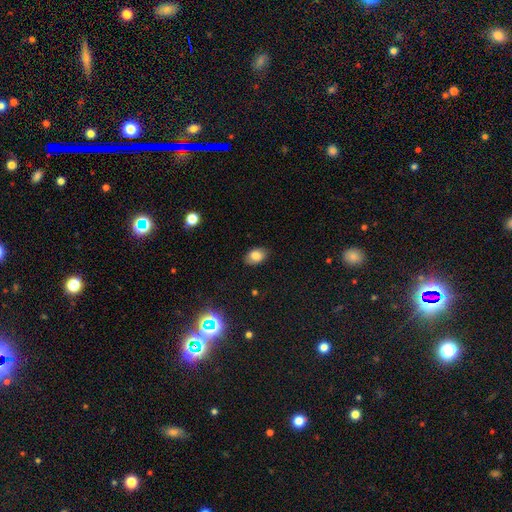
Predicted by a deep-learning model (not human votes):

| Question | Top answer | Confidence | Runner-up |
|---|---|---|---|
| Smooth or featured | smooth | 80% | star or artifact (10%) |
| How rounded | in between | 86% | round (13%) |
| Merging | none | 84% | minor disturbance (12%) |